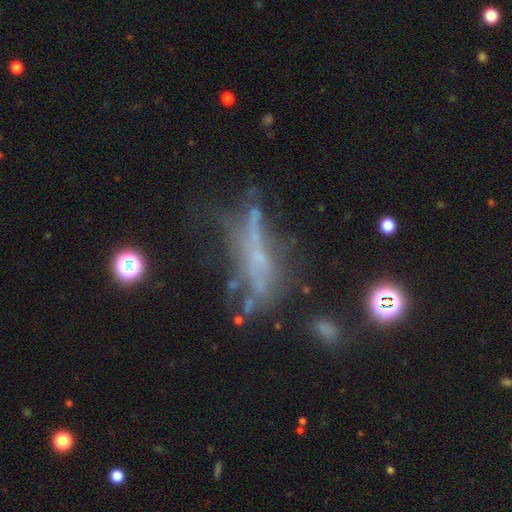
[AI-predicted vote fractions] Morphology: type=featured or disk (53%); edge-on=no (54%); merging=none (43%).